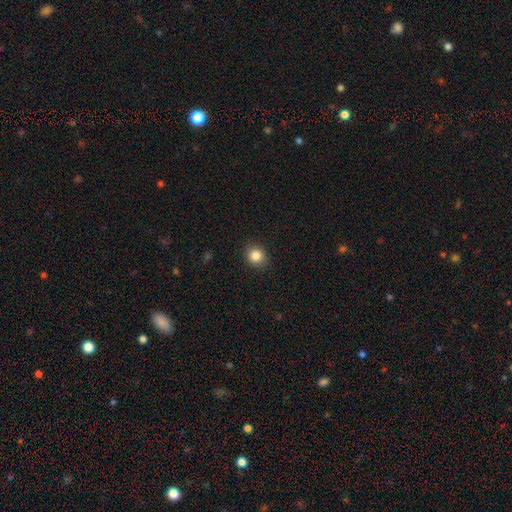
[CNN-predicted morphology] Overall: smooth (85%). How rounded: round (77%). Merging: none (88%).